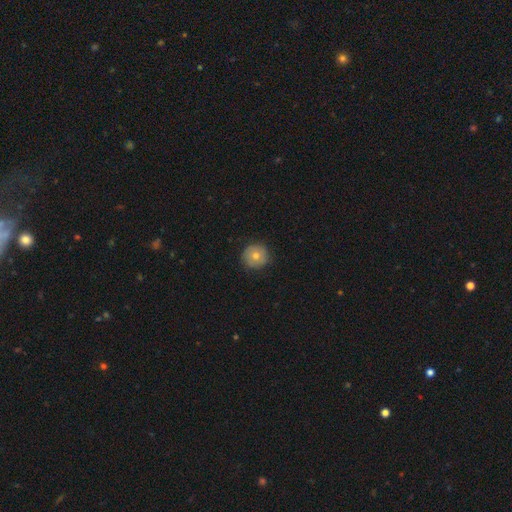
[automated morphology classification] Smooth or featured? Predicted: smooth (p=0.67). How rounded? Predicted: round (p=0.94). Merging? Predicted: none (p=0.86).